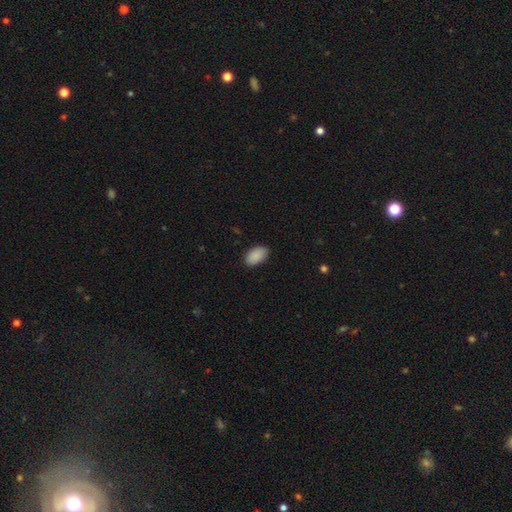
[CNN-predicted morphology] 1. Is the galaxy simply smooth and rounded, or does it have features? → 90% smooth, 7% star or artifact, 3% featured or disk.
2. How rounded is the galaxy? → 94% in between, 5% round, 1% cigar-shaped.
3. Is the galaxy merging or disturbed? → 85% none, 11% minor disturbance, 2% major disturbance, 1% merger.